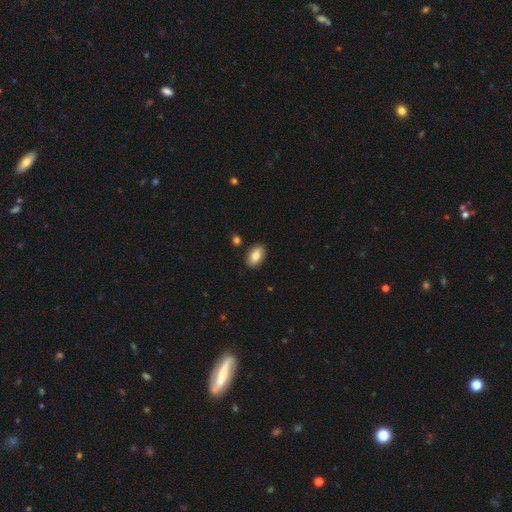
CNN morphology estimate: This appears to be a smooth galaxy with no disk features (82%) that is in between round and cigar-shaped (92%). Merging: none (86%).